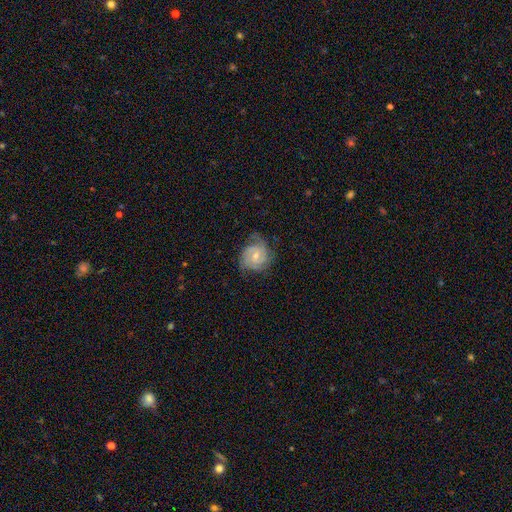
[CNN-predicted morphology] smooth_or_featured: featured or disk (p=0.82) [alt: smooth p=0.12]
disk_edge_on: no (p=0.98) [alt: yes p=0.02]
bar: no (p=0.60) [alt: weak p=0.34]
has_spiral_arms: yes (p=0.97) [alt: no p=0.03]
spiral_winding: tight (p=0.61) [alt: medium p=0.32]
spiral_arm_count: 2 (p=0.36) [alt: 3 p=0.34]
bulge_size: small (p=0.52) [alt: moderate p=0.44]
merging: none (p=0.69) [alt: minor disturbance p=0.21]